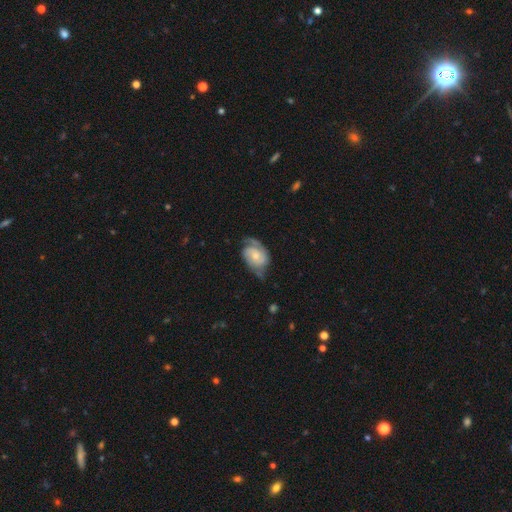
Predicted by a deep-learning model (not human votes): Overall: featured or disk (76%). Edge-on disk: no (97%). Bar: no (71%). Spiral arms: yes (93%). Spiral arm count: 2 (74%). Spiral winding: medium (41%; tight 38%). Bulge size: small (51%; moderate 41%). Merging: none (55%; minor disturbance 27%).